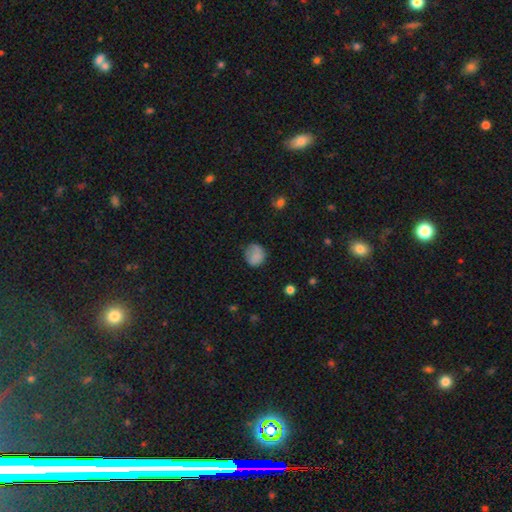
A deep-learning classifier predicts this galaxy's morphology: Overall: smooth (79%). How rounded: round (79%). Merging: none (65%).